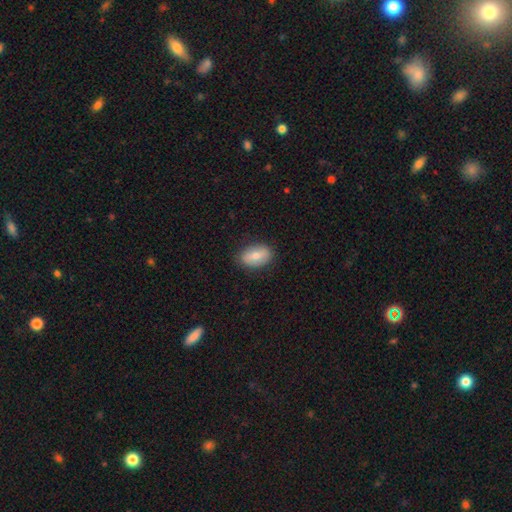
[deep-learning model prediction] This appears to be a smooth galaxy with no disk features (71%) that is in between round and cigar-shaped (89%). Merging: none (84%).